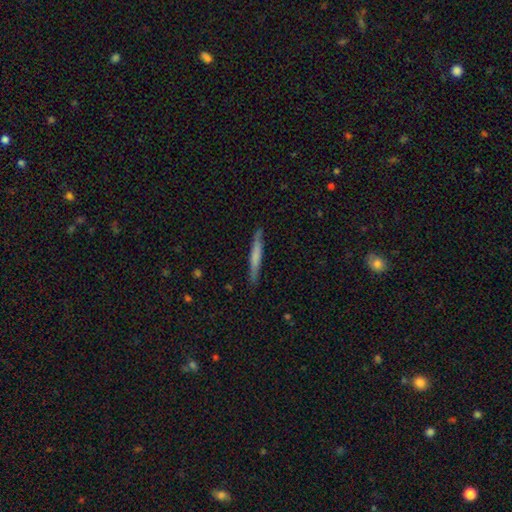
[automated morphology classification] Smooth or featured?
  - smooth: 59% *
  - featured or disk: 35%
  - star or artifact: 6%
How rounded?
  - cigar-shaped: 95% *
  - in between: 3%
  - round: 1%
Merging?
  - none: 86% *
  - minor disturbance: 11%
  - major disturbance: 2%
  - merger: 1%